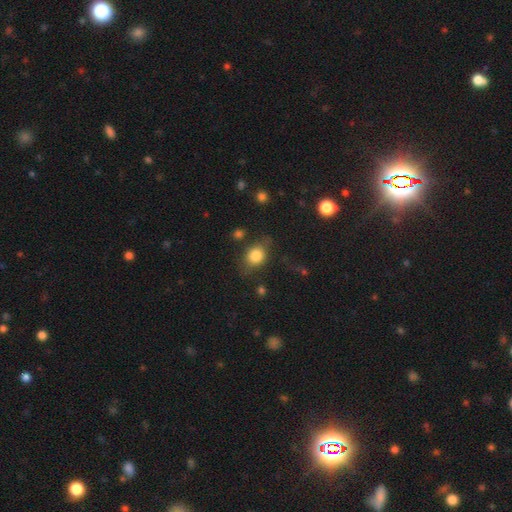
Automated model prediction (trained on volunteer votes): smooth_or_featured: smooth (p=0.79) [alt: featured or disk p=0.12]
how_rounded: in between (p=0.52) [alt: round p=0.46]
merging: none (p=0.67) [alt: minor disturbance p=0.21]